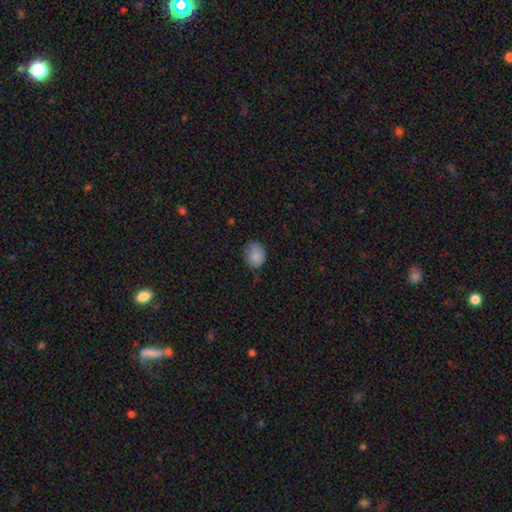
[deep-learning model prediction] The model was most divided on "how rounded": round: 54%, in between: 45%, cigar-shaped: 1%. More confident: smooth or featured — smooth (85%); merging — none (65%).